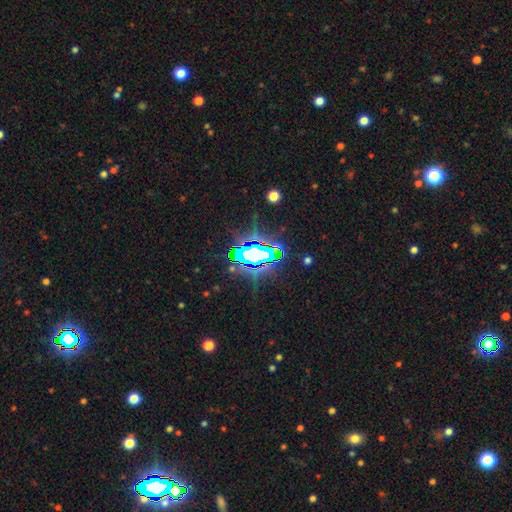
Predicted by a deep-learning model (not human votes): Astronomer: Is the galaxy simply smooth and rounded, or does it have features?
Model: star or artifact — 69%.